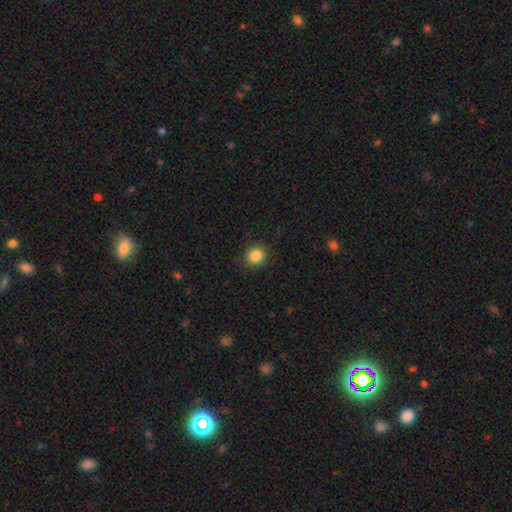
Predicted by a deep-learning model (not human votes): Smooth or featured? Predicted: smooth (p=0.86). How rounded? Predicted: round (p=0.86). Merging? Predicted: none (p=0.89).